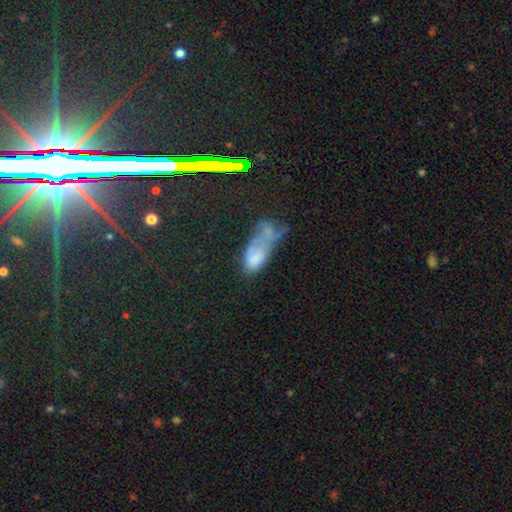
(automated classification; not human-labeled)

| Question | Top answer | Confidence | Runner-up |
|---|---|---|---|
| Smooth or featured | smooth | 59% | featured or disk (22%) |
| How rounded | in between | 82% | cigar-shaped (12%) |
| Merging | major disturbance | 34% | merger (31%) |